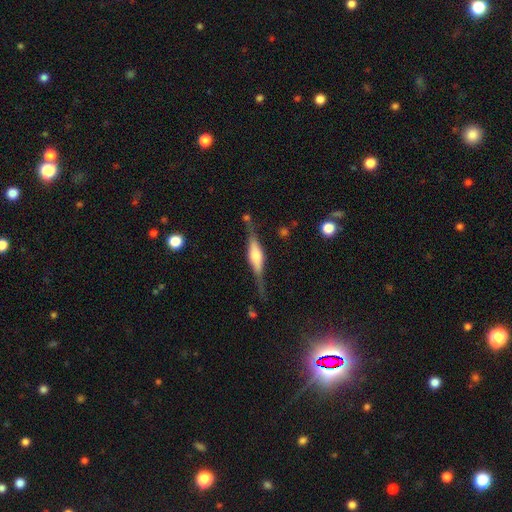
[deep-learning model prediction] smooth_or_featured: featured or disk (p=0.73) [alt: smooth p=0.21]
disk_edge_on: yes (p=0.96) [alt: no p=0.04]
edge_on_bulge: rounded (p=0.68) [alt: boxy p=0.28]
merging: none (p=0.77) [alt: minor disturbance p=0.16]